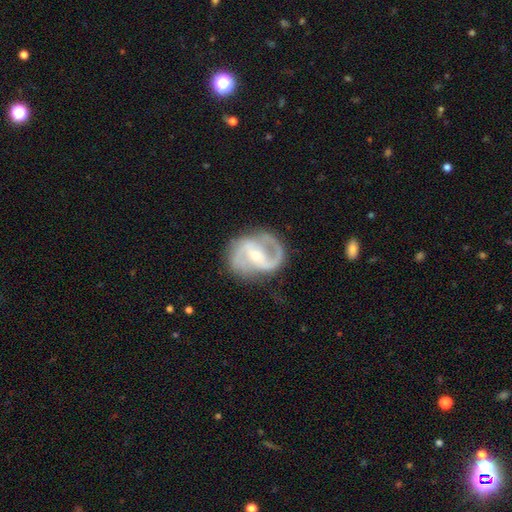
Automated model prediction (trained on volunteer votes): Overall: featured or disk (89%). Edge-on disk: no (98%). Bar: weak (41%; strong 36%). Spiral arms: yes (96%). Spiral arm count: 2 (85%). Spiral winding: medium (55%; loose 26%). Bulge size: small (57%; moderate 40%). Merging: none (71%).